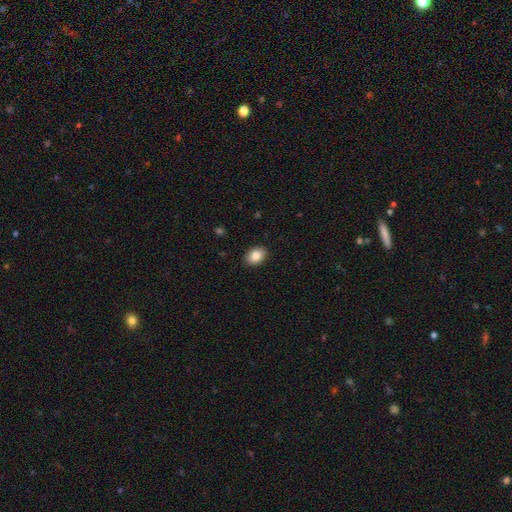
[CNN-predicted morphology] Overall: smooth (87%). How rounded: in between (76%). Merging: none (89%).